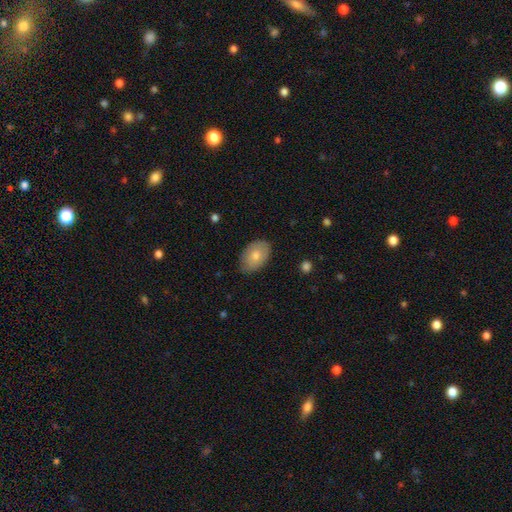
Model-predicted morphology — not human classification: A smooth galaxy with no disk features (75%) that is in between round and cigar-shaped (88%).

Vote fractions:
- Smooth or featured? smooth: 75% / featured or disk: 19% / star or artifact: 6%
- How rounded? in between: 88% / round: 11% / cigar-shaped: 1%
- Merging? none: 81% / minor disturbance: 16% / major disturbance: 3% / merger: 1%